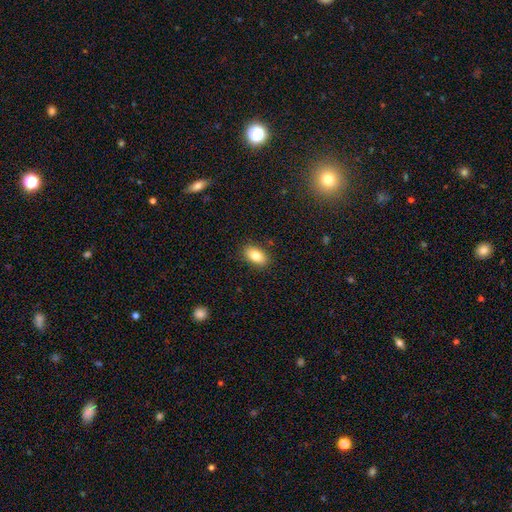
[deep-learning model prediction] A smooth galaxy with no disk features (83%) that is in between round and cigar-shaped (90%).

Vote fractions:
- Smooth or featured? smooth: 83% / featured or disk: 9% / star or artifact: 8%
- How rounded? in between: 90% / round: 6% / cigar-shaped: 4%
- Merging? none: 88% / minor disturbance: 9% / major disturbance: 2% / merger: 1%